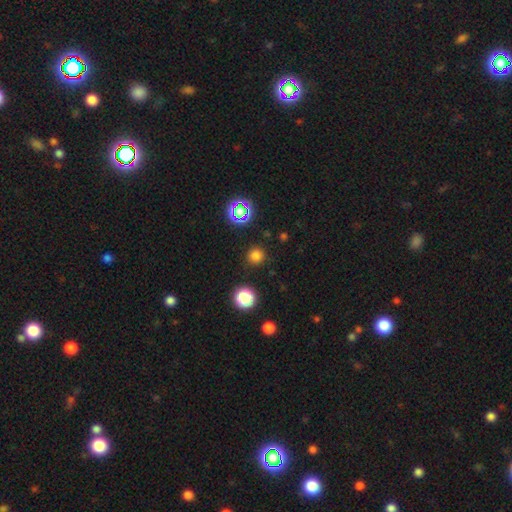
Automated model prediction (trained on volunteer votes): Smooth or featured? smooth (74%)
How rounded? round (94%)
Merging? none (89%)